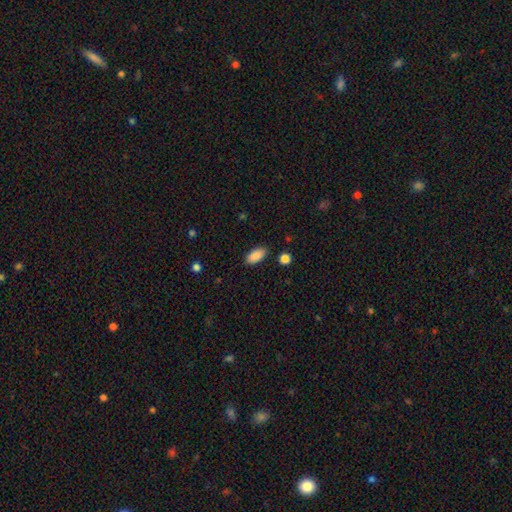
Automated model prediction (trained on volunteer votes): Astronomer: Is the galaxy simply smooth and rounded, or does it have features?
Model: smooth — 89%.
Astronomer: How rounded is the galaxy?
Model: in between — 91%.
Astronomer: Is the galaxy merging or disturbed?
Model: none — 87%.